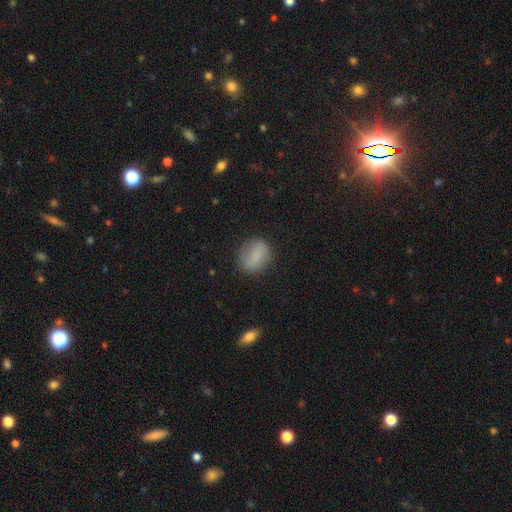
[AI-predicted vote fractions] smooth-or-featured: smooth: 77% | featured or disk: 14% | star or artifact: 8%
  how-rounded: round: 53% | in between: 44% | cigar-shaped: 3%
  merging: none: 80% | minor disturbance: 14% | major disturbance: 5% | merger: 1%